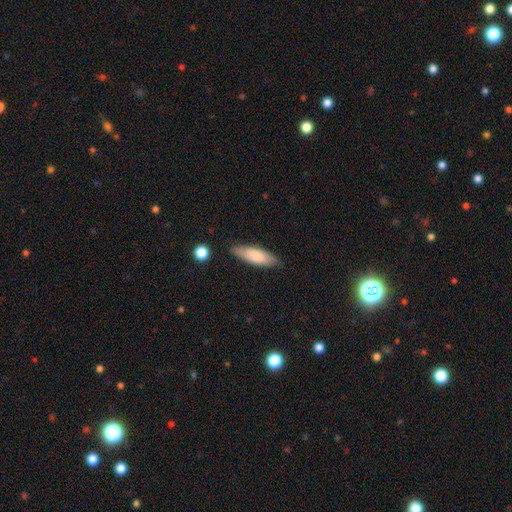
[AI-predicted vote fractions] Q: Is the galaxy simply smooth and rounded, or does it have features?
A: smooth — 78%.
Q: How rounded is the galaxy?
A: in between — 51%.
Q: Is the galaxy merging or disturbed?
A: none — 83%.